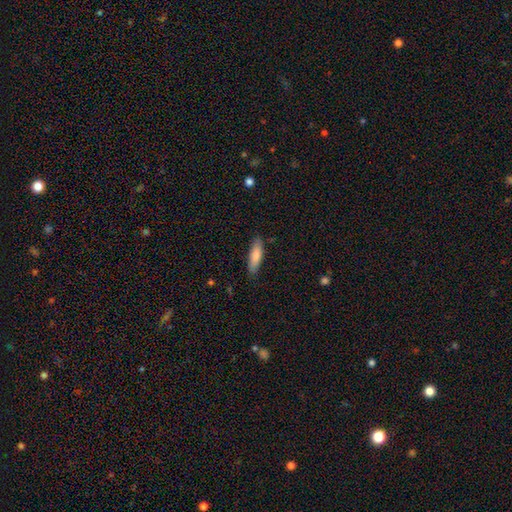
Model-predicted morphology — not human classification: type=smooth (82%); roundness=cigar-shaped (59%); merging=none (86%).